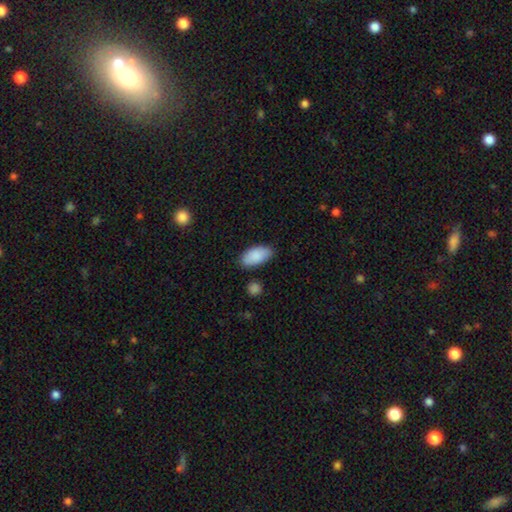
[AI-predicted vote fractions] Overall: smooth (89%). How rounded: in between (94%). Merging: none (82%).